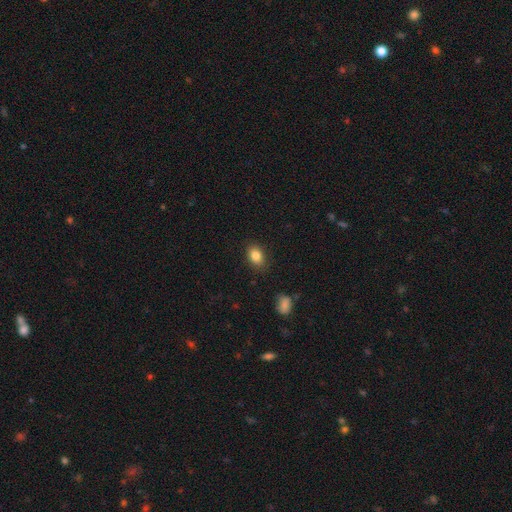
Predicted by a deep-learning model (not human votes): This is clearly a smooth galaxy (84%). How rounded: likely in between (73%). Merging: clearly none (84%).